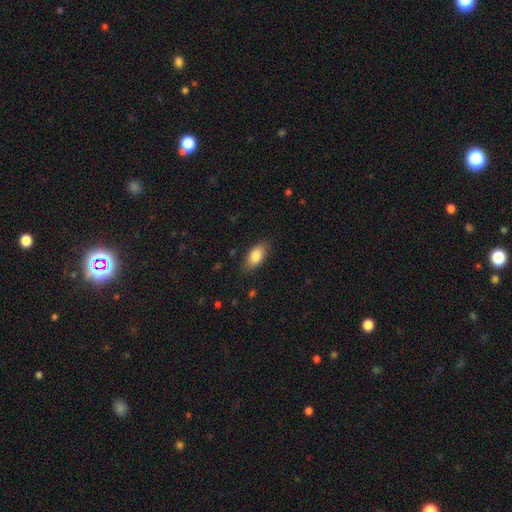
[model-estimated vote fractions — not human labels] smooth 85%, featured or disk 8%, star or artifact 7%. Down the decision tree: how rounded — in between (91%); merging — none (83%).